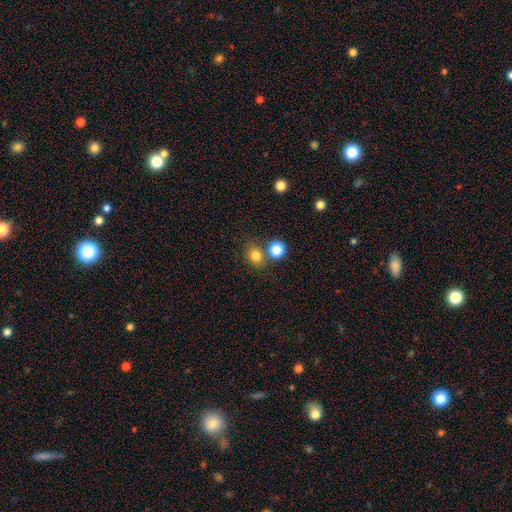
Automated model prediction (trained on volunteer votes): Smooth or featured? Predicted: smooth (p=0.80). How rounded? Predicted: round (p=0.78). Merging? Predicted: none (p=0.67).